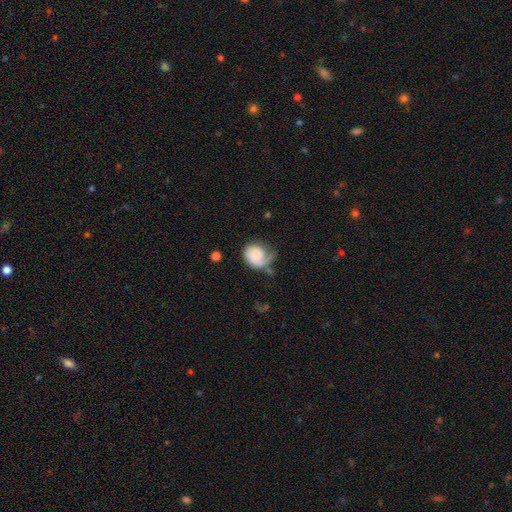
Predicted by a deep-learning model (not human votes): Smooth or featured? smooth (51%)
How rounded? round (56%)
Merging? major disturbance (35%)